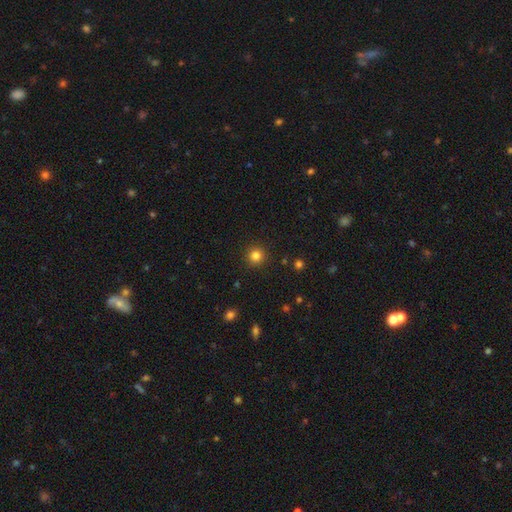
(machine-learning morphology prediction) A smooth galaxy with no disk features (82%) that is round (95%).

Vote fractions:
- Smooth or featured? smooth: 82% / star or artifact: 13% / featured or disk: 5%
- How rounded? round: 95% / in between: 4% / cigar-shaped: 1%
- Merging? none: 91% / minor disturbance: 5% / major disturbance: 2% / merger: 1%